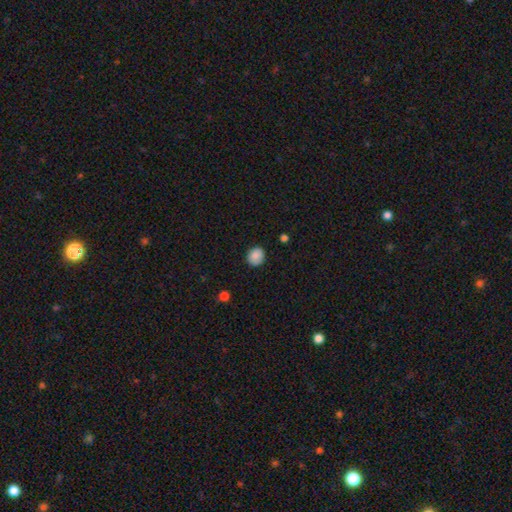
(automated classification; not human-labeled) Morphology: type=smooth (86%); roundness=round (80%); merging=none (86%).